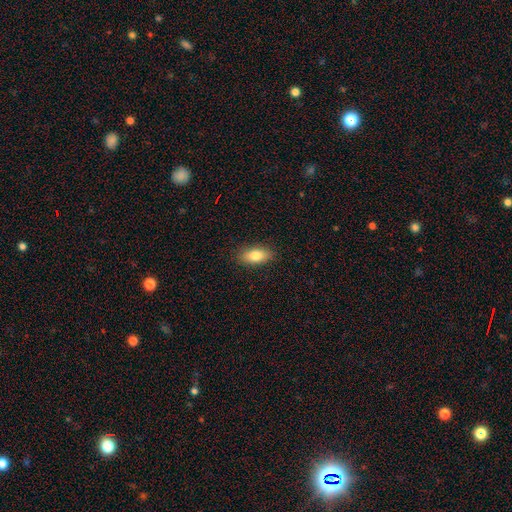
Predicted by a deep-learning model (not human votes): smooth 81%, featured or disk 11%, star or artifact 7%. Down the decision tree: how rounded — in between (86%); merging — none (88%).